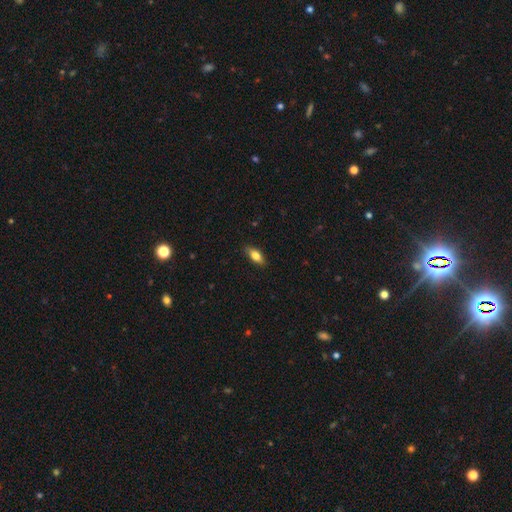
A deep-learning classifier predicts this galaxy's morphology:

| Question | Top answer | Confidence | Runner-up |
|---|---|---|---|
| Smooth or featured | smooth | 76% | featured or disk (17%) |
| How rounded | in between | 81% | cigar-shaped (16%) |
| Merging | none | 86% | minor disturbance (11%) |